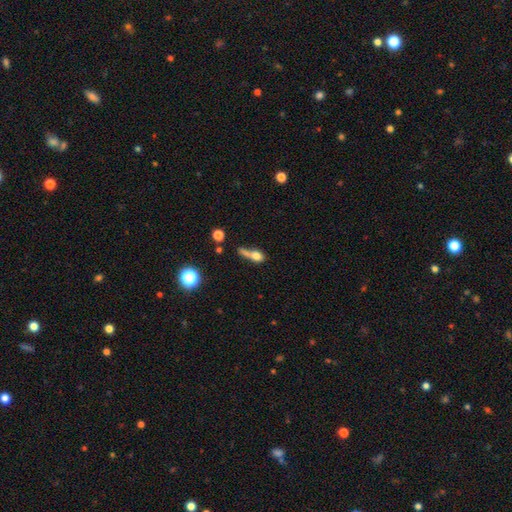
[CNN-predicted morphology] This appears to be a smooth galaxy with no disk features (68%) that is in between round and cigar-shaped (47%). Merging: merger (44%).